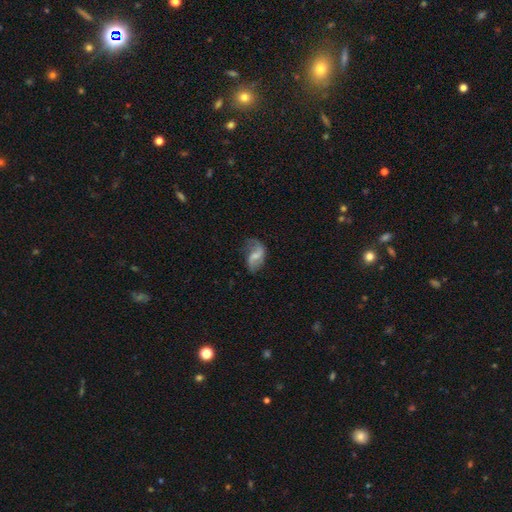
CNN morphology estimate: smooth-or-featured: featured or disk: 65% | smooth: 28% | star or artifact: 7%
  disk-edge-on: no: 97% | yes: 3%
    bar: weak: 52% | no: 30% | strong: 18%
    has-spiral-arms: yes: 88% | no: 12%
      spiral-winding: loose: 65% | medium: 27% | tight: 8%
      spiral-arm-count: 2: 77% | 1: 13% | can't tell: 7% | 3: 1% | 4: 1% | more than 4: 1%
    bulge-size: small: 42% | moderate: 33% | none: 20% | large: 4% | dominant: 1%
  merging: none: 50% | minor disturbance: 28% | major disturbance: 20% | merger: 2%